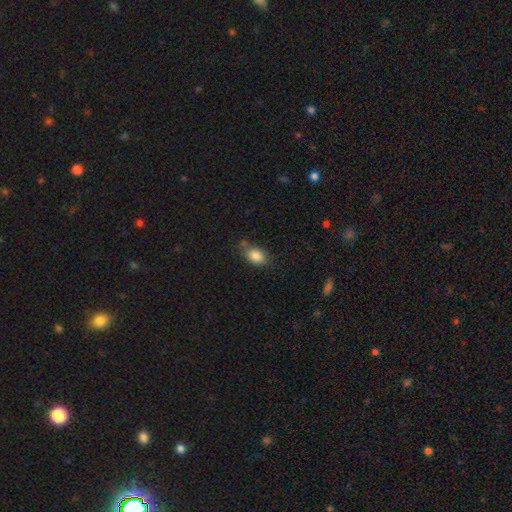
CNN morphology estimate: Overall: smooth (86%). How rounded: in between (80%). Merging: none (69%).